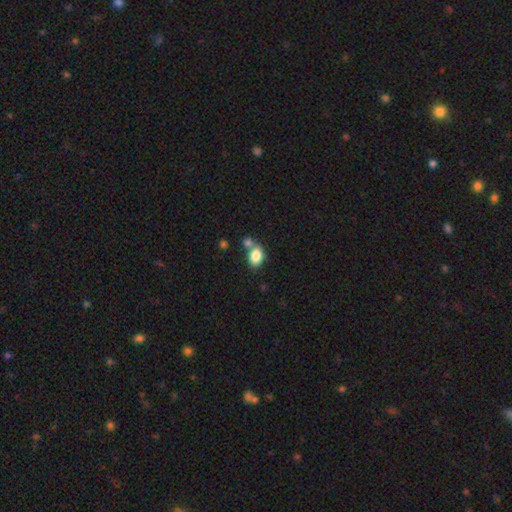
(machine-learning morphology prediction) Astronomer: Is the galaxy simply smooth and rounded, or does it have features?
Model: smooth — 83%.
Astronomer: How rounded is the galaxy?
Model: in between — 77%.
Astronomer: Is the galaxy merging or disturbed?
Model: none — 52% (runner-up: merger, 31%).